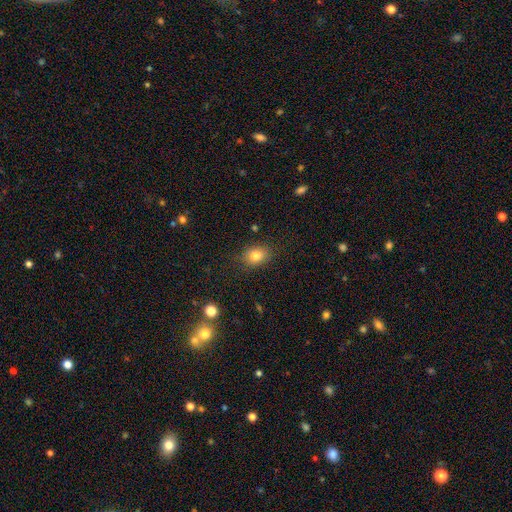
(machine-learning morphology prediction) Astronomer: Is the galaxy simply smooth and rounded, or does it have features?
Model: smooth — 81%.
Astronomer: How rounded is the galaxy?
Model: in between — 63%.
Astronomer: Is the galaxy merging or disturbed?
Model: none — 83%.